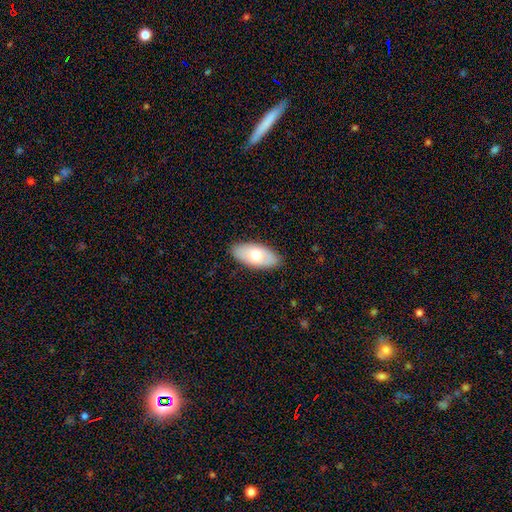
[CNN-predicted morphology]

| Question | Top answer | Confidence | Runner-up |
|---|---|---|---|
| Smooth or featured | smooth | 66% | featured or disk (28%) |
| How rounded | in between | 92% | cigar-shaped (6%) |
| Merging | none | 87% | minor disturbance (10%) |